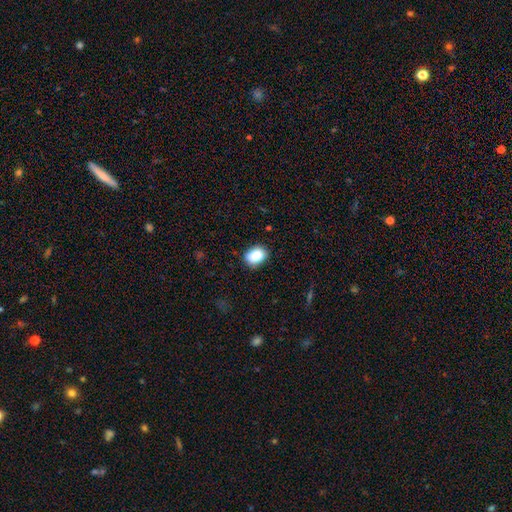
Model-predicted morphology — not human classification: The model was most divided on "how rounded": in between: 70%, round: 29%, cigar-shaped: 1%. More confident: smooth or featured — smooth (86%); merging — none (85%).